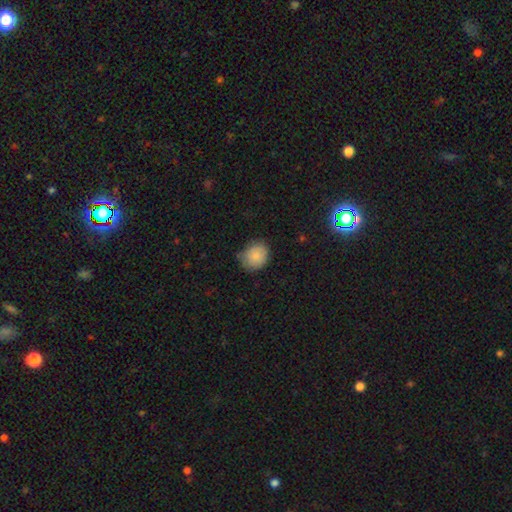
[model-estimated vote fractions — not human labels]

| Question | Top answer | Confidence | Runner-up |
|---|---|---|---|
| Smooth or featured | smooth | 85% | star or artifact (8%) |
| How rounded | round | 71% | in between (28%) |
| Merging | none | 73% | minor disturbance (22%) |